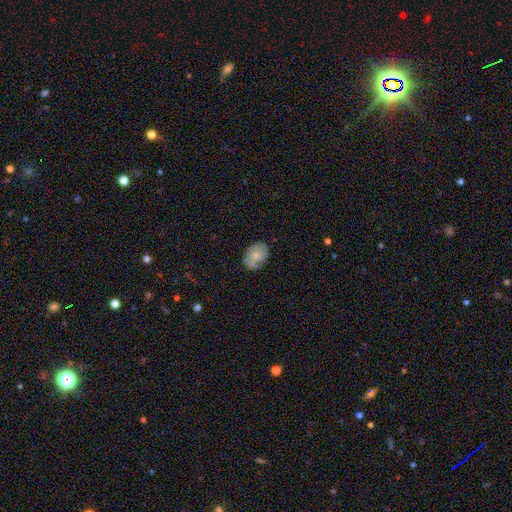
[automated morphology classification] Smooth or featured: smooth — 62% (featured or disk — 31%)
How rounded: in between — 76% (round — 23%)
Merging: none — 68% (minor disturbance — 25%)